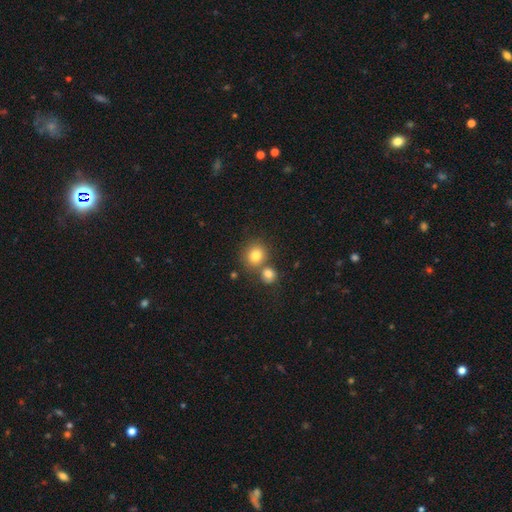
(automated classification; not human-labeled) This appears to be a smooth galaxy with no disk features (80%) that is round (84%). Merging: none (58%).